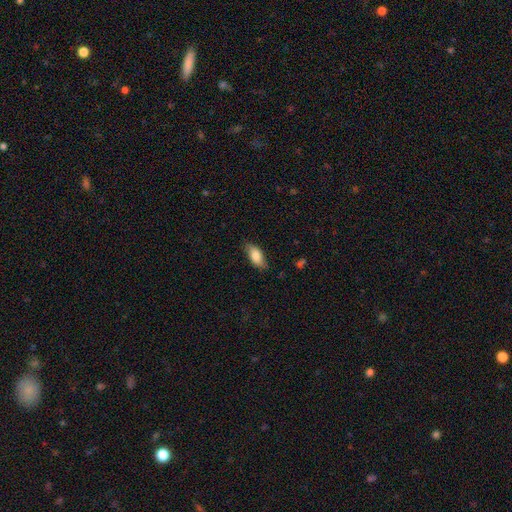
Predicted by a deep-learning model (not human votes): smooth 82%, featured or disk 12%, star or artifact 6%. Down the decision tree: how rounded — in between (87%); merging — none (78%).